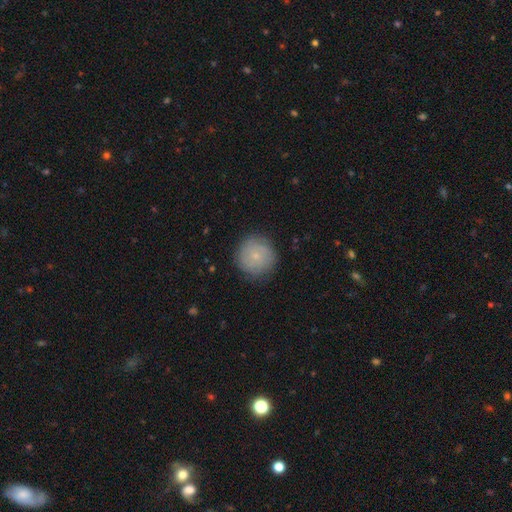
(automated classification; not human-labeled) smooth 60%, featured or disk 32%, star or artifact 8%. Down the decision tree: how rounded — round (93%); merging — none (83%).